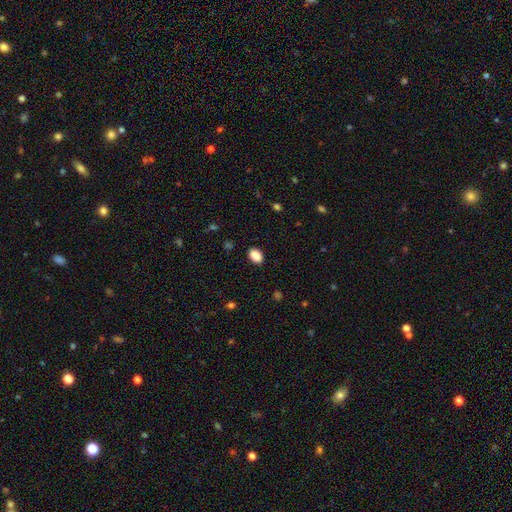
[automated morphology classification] This appears to be a smooth galaxy with no disk features (88%) that is in between round and cigar-shaped (83%). Merging: none (88%).